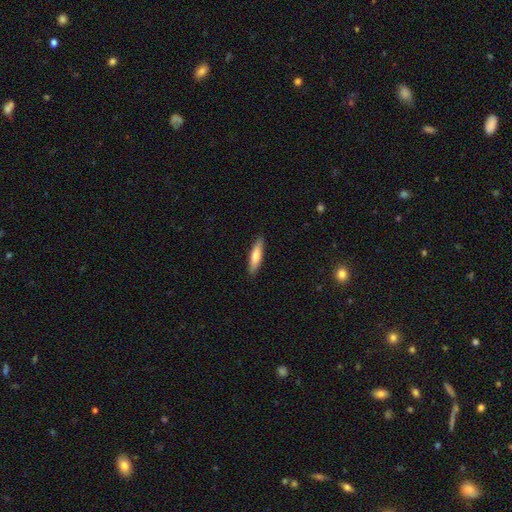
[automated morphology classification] smooth-or-featured: smooth: 72% | featured or disk: 23% | star or artifact: 5%
  how-rounded: cigar-shaped: 76% | in between: 23% | round: 1%
  merging: none: 90% | minor disturbance: 8% | major disturbance: 2% | merger: 1%